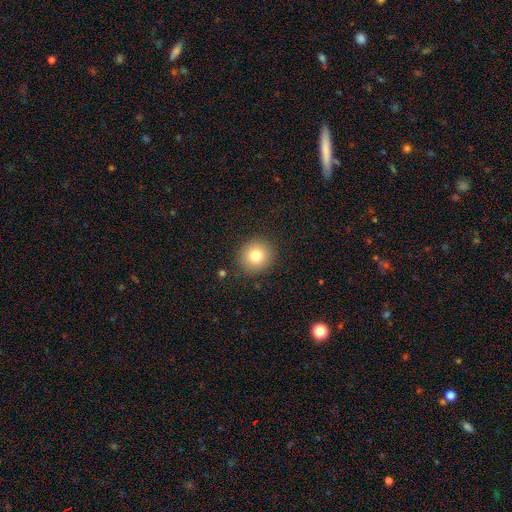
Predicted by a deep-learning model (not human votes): smooth-or-featured: smooth: 79% | star or artifact: 11% | featured or disk: 10%
  how-rounded: round: 90% | in between: 9% | cigar-shaped: 1%
  merging: none: 89% | minor disturbance: 7% | major disturbance: 3% | merger: 1%